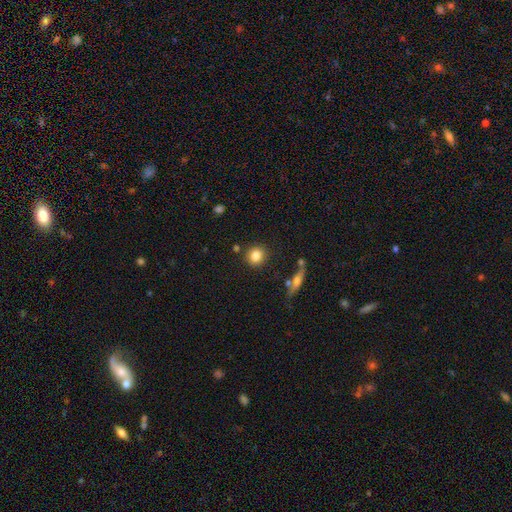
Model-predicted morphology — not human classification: A smooth galaxy with no disk features (83%) that is round (86%). Merging: none (83%).